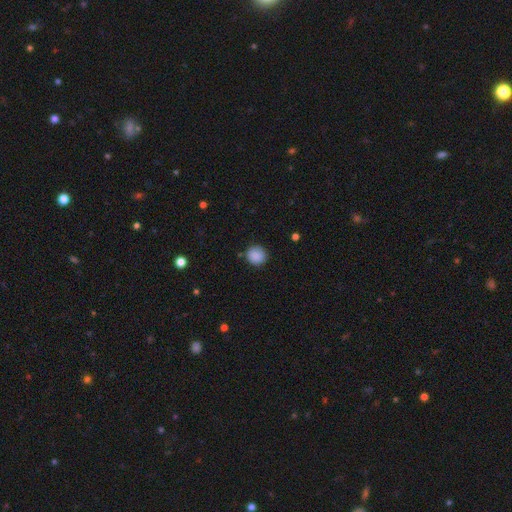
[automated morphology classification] This is clearly a smooth galaxy (88%). How rounded: clearly round (91%). Merging: clearly none (86%).